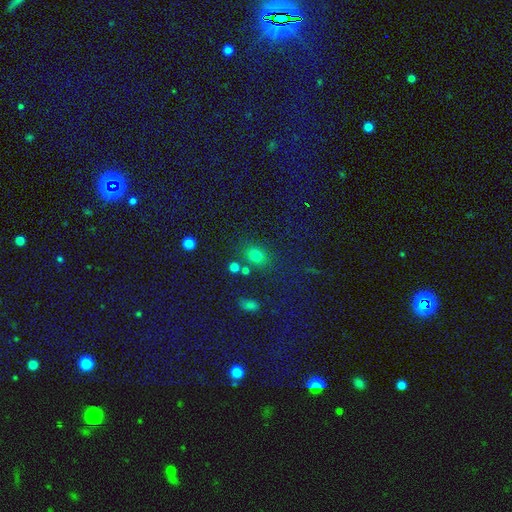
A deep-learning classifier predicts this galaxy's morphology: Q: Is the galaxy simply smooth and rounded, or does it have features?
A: smooth — 74%.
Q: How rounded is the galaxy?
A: round — 56%.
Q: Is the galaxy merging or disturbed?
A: none — 73%.